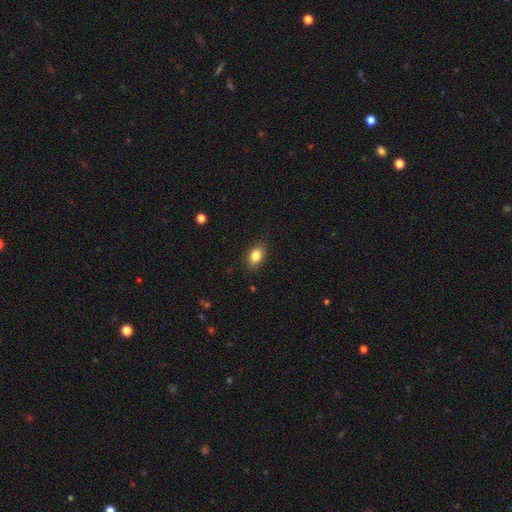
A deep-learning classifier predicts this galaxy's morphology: smooth 84%, star or artifact 9%, featured or disk 7%. Down the decision tree: how rounded — in between (84%); merging — none (86%).